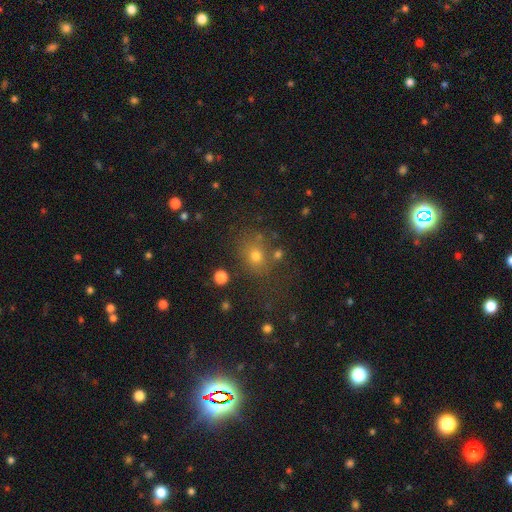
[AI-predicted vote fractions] smooth_or_featured: smooth (p=0.60) [alt: star or artifact p=0.29]
how_rounded: round (p=0.69) [alt: in between p=0.30]
merging: none (p=0.72) [alt: minor disturbance p=0.13]